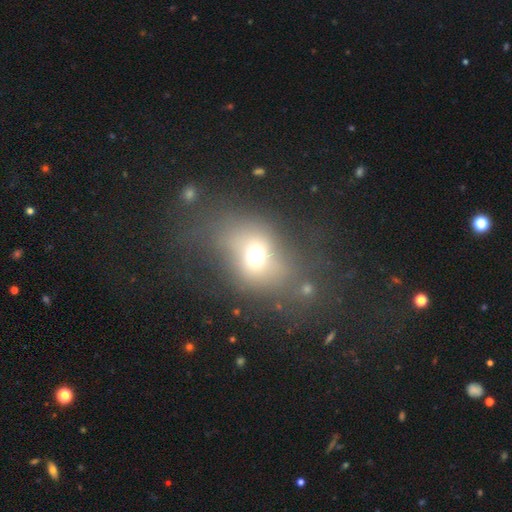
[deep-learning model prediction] Smooth or featured?
  - smooth: 61% *
  - star or artifact: 20%
  - featured or disk: 19%
How rounded?
  - in between: 52% *
  - round: 46%
  - cigar-shaped: 2%
Merging?
  - none: 52% *
  - major disturbance: 22%
  - minor disturbance: 19%
  - merger: 7%